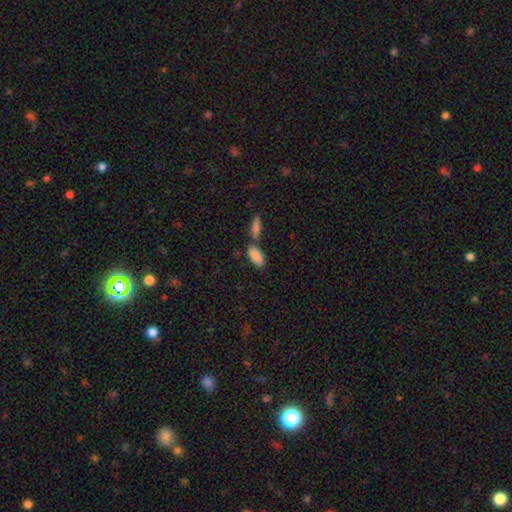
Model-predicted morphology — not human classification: This appears to be a smooth galaxy with no disk features (87%) that is in between round and cigar-shaped (90%). Merging: none (51%).